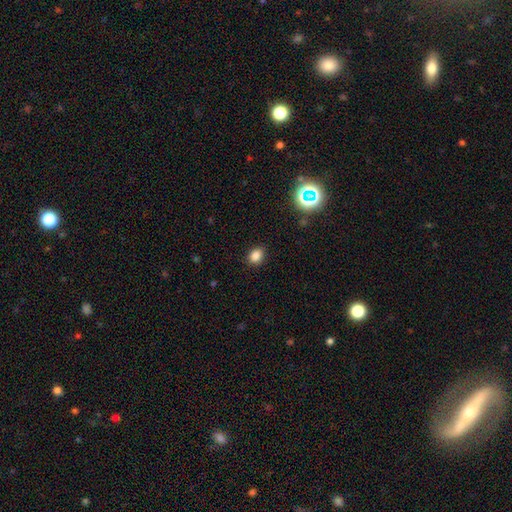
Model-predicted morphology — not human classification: A smooth galaxy with no disk features (83%) that is in between round and cigar-shaped (54%).

Vote fractions:
- Smooth or featured? smooth: 83% / star or artifact: 12% / featured or disk: 4%
- How rounded? in between: 54% / round: 45% / cigar-shaped: 1%
- Merging? none: 88% / minor disturbance: 8% / major disturbance: 2% / merger: 1%